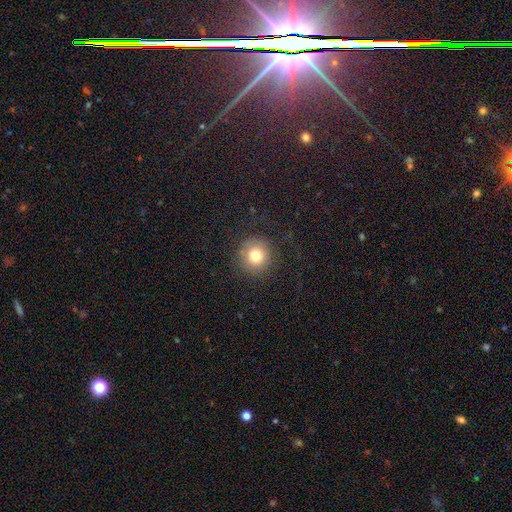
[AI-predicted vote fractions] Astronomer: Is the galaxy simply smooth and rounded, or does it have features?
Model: smooth — 76%.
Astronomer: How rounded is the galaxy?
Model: round — 93%.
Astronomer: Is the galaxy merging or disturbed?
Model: none — 79%.